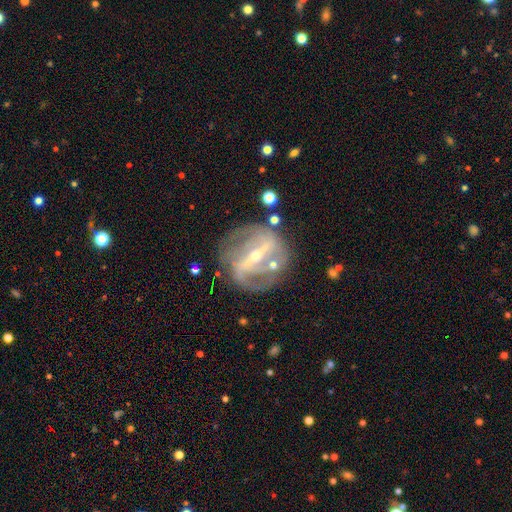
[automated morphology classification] Smooth or featured: featured or disk — 87% (star or artifact — 6%)
Edge-on disk: no — 90% (yes — 10%)
Bar: strong — 79% (weak — 15%)
Spiral arms: yes — 85% (no — 15%)
Spiral winding: medium — 39% (tight — 37%)
Spiral arm count: 2 — 66% (can't tell — 16%)
Bulge size: small — 63% (moderate — 34%)
Merging: none — 73% (minor disturbance — 15%)